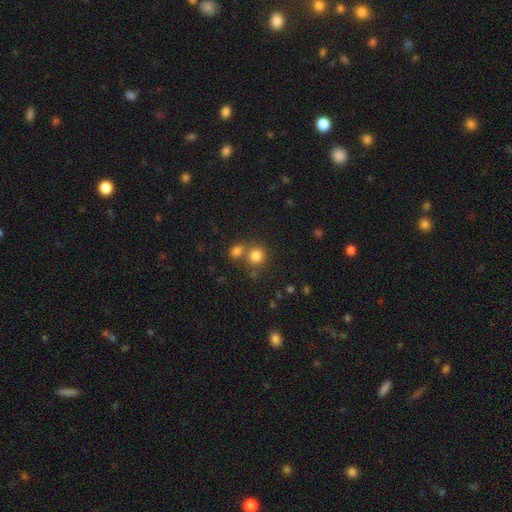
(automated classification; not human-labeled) Overall: smooth (80%). How rounded: round (90%). Merging: none (56%; merger 34%).